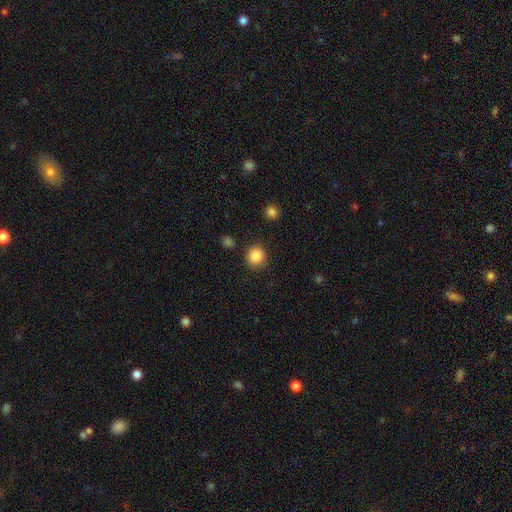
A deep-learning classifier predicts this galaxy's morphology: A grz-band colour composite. It shows a smooth galaxy with no disk features (88%) that is round (92%). Merging: none (87%).